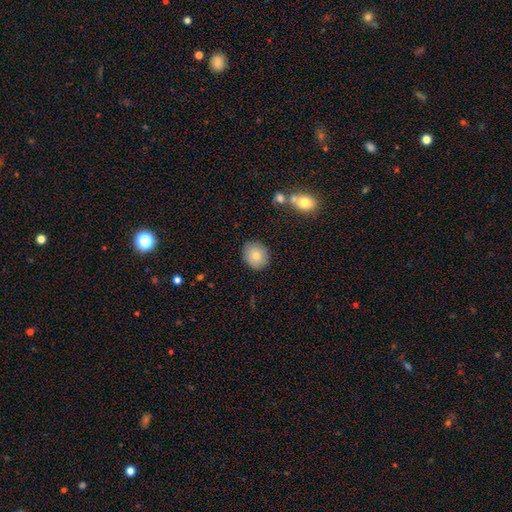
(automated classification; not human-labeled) Overall: smooth (82%). How rounded: round (61%; in between 38%). Merging: none (86%).